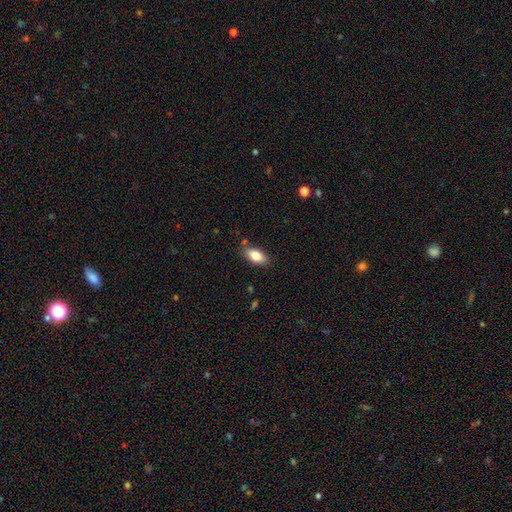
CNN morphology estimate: A smooth galaxy with no disk features (82%) that is in between round and cigar-shaped (90%). Merging: none (79%).